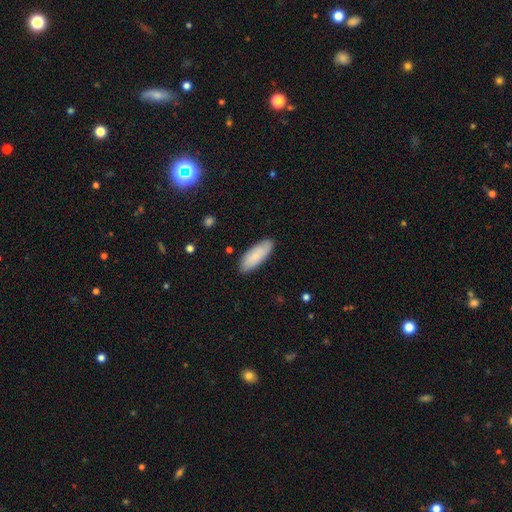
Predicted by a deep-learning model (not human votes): Overall: smooth (80%). How rounded: in between (71%). Merging: none (86%).